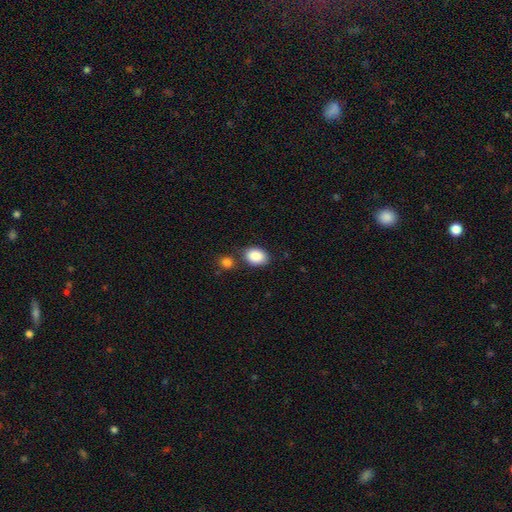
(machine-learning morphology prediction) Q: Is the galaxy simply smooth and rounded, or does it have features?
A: smooth — 88%.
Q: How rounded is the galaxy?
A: in between — 74%.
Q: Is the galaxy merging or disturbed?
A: none — 71%.